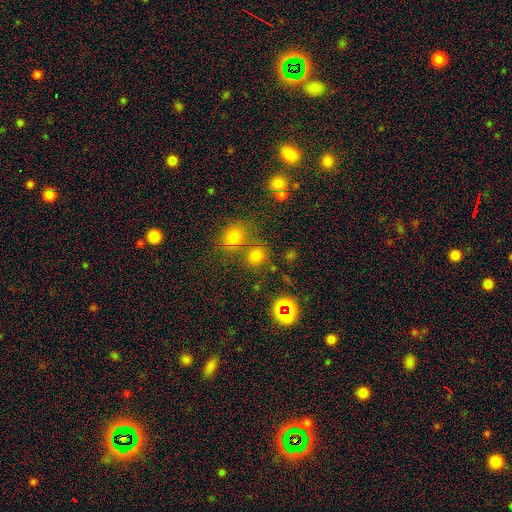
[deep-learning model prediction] A smooth galaxy with no disk features (71%) that is round (78%).

Vote fractions:
- Smooth or featured? smooth: 71% / star or artifact: 22% / featured or disk: 7%
- How rounded? round: 78% / in between: 21% / cigar-shaped: 1%
- Merging? none: 60% / merger: 27% / minor disturbance: 9% / major disturbance: 4%